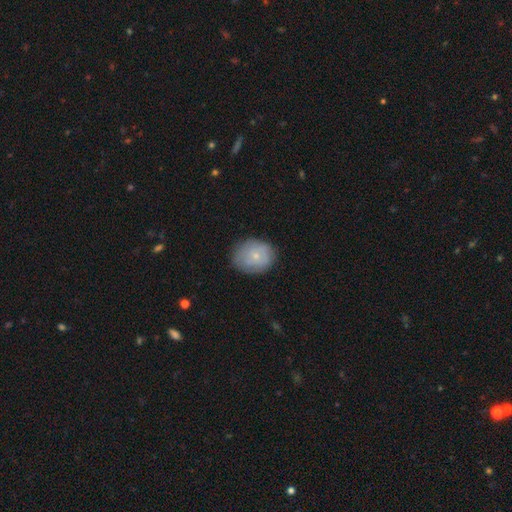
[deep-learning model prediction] Smooth or featured? smooth (65%)
How rounded? round (63%)
Merging? none (76%)